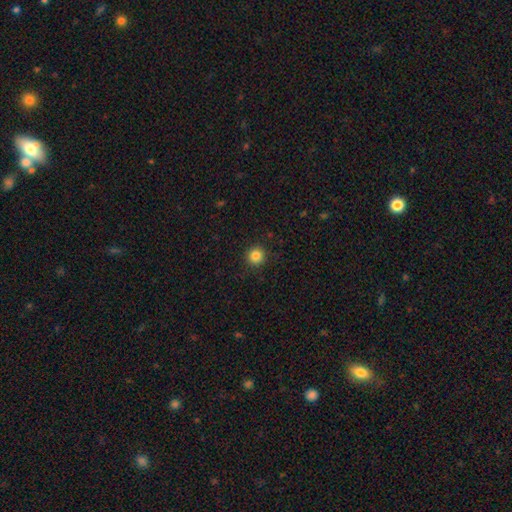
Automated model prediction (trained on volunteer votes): This appears to be a smooth galaxy with no disk features (84%) that is round (95%). Merging: none (92%).